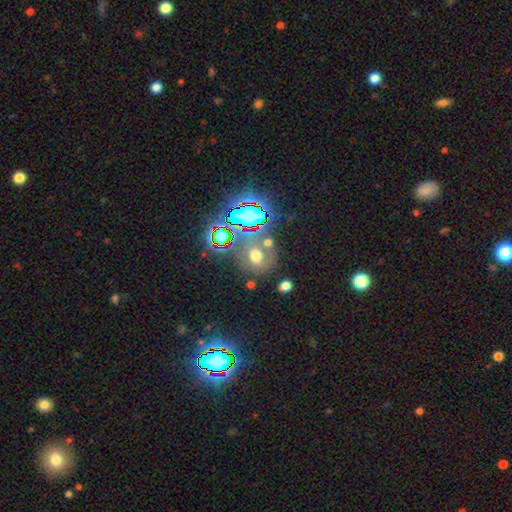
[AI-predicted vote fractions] smooth 48%, star or artifact 32%, featured or disk 20%. Down the decision tree: merging — none (58%).